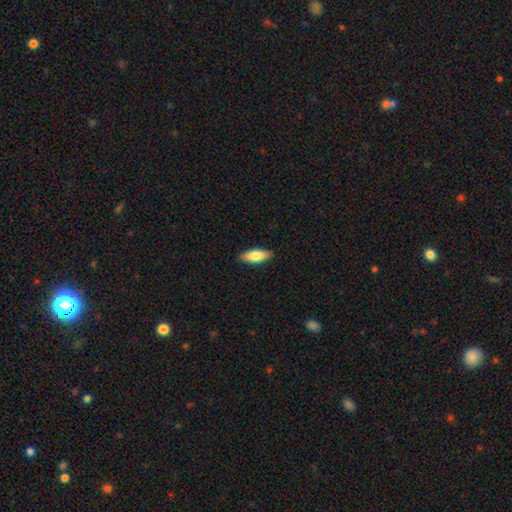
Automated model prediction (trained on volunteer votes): Smooth or featured? Predicted: smooth (p=0.77). How rounded? Predicted: in between (p=0.72). Merging? Predicted: none (p=0.88).